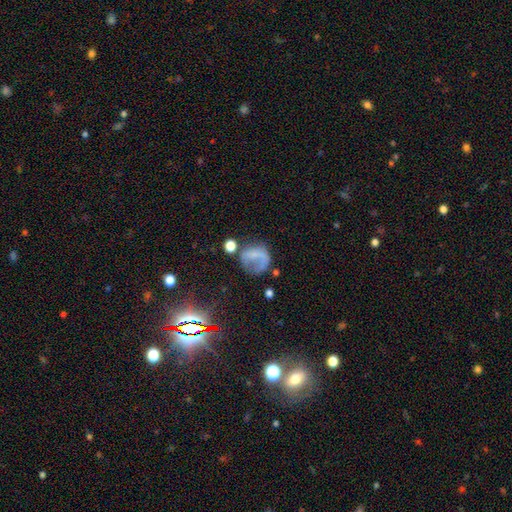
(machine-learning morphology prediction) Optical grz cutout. It shows a smooth galaxy with no disk features (52%) that is round (68%). Merging: none (36%).